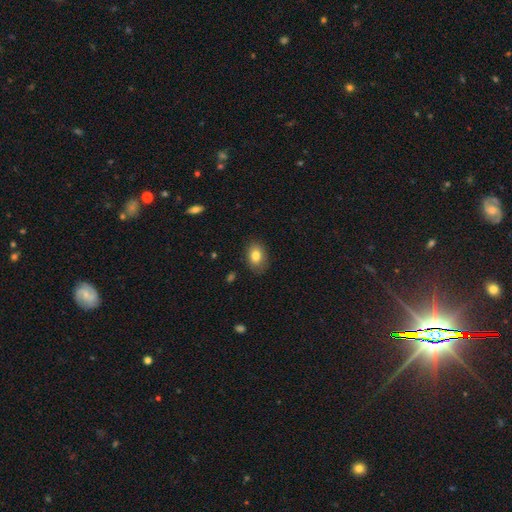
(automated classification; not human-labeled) This appears to be a smooth galaxy with no disk features (81%) that is in between round and cigar-shaped (74%). Merging: none (84%).